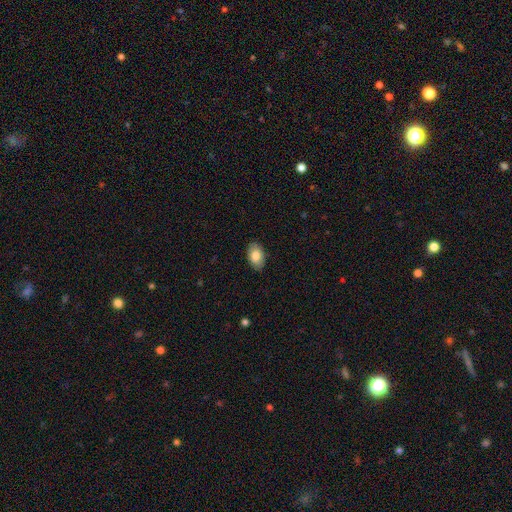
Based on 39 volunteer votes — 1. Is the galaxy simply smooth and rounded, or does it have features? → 95% smooth, 3% featured or disk, 3% star or artifact.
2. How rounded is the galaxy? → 100% in between, 0% round, 0% cigar-shaped.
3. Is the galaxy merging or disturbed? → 89% none, 8% minor disturbance, 3% major disturbance, 0% merger.